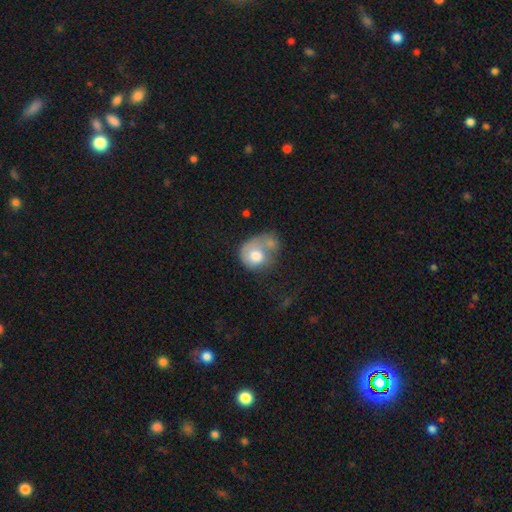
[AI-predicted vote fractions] A smooth galaxy with no disk features (65%) that is round (65%). Merging: merger (39%).